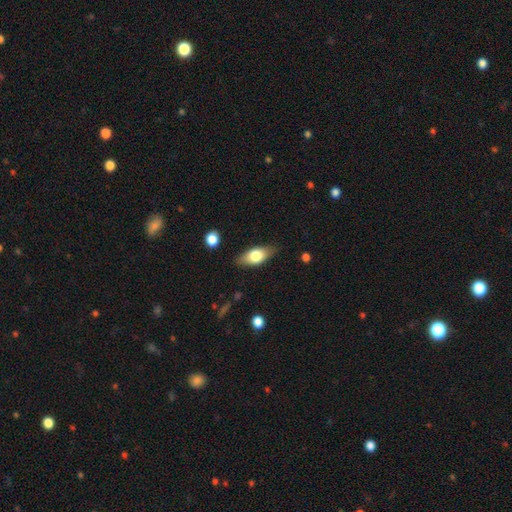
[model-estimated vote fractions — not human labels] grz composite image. It shows a smooth galaxy with no disk features (70%) that is in between round and cigar-shaped (84%). Merging: none (81%).